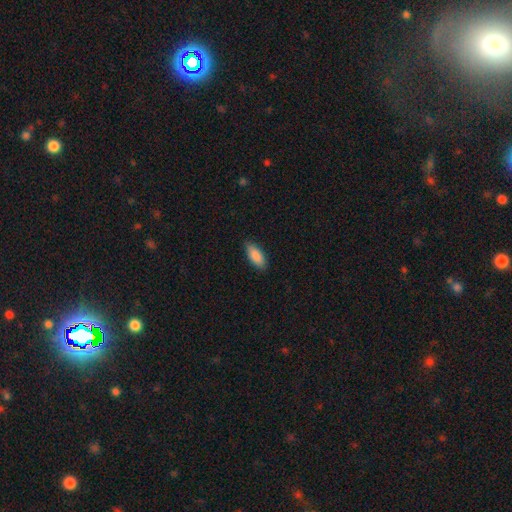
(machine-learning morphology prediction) Smooth or featured? Predicted: smooth (p=0.88). How rounded? Predicted: in between (p=0.82). Merging? Predicted: none (p=0.86).